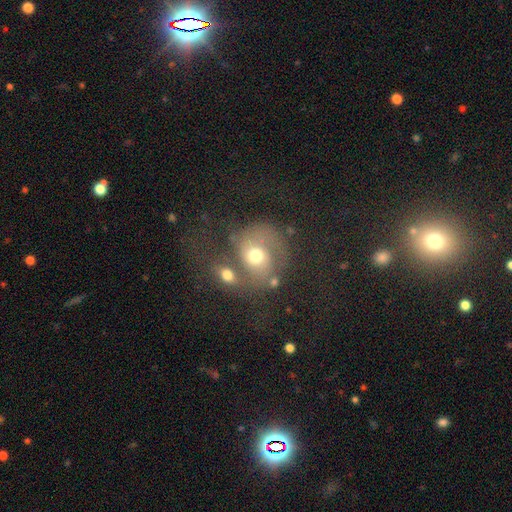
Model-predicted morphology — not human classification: smooth-or-featured: featured or disk: 51% | smooth: 37% | star or artifact: 12%
  disk-edge-on: no: 97% | yes: 3%
  merging: none: 39% | merger: 31% | minor disturbance: 15% | major disturbance: 15%